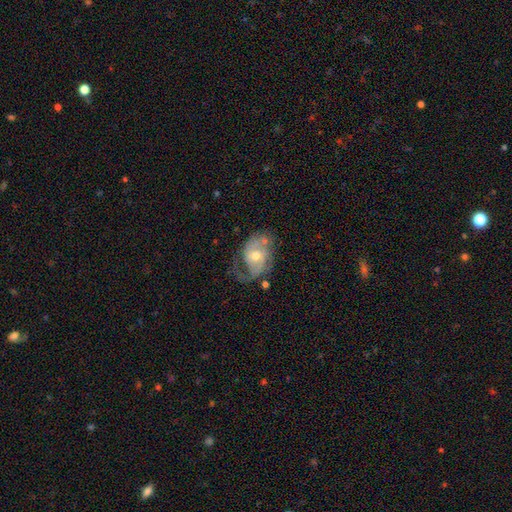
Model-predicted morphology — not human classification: type=featured or disk (73%); edge-on=no (96%); bar=no (64%); spiral arms=yes (84%); winding=medium (41%); arm count=2 (54%); bulge=moderate (60%); merging=none (39%).